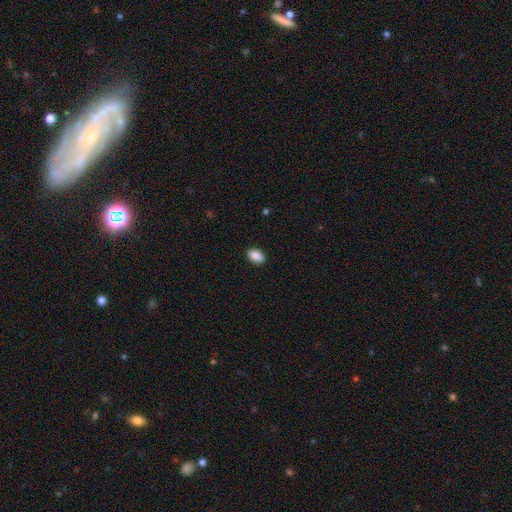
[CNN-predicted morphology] smooth_or_featured: smooth (p=0.90) [alt: star or artifact p=0.07]
how_rounded: in between (p=0.90) [alt: round p=0.08]
merging: none (p=0.88) [alt: minor disturbance p=0.09]